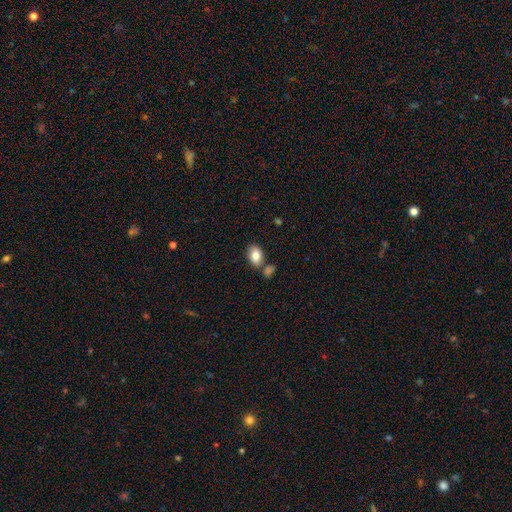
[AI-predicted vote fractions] Overall: smooth (82%). How rounded: in between (85%). Merging: none (66%).